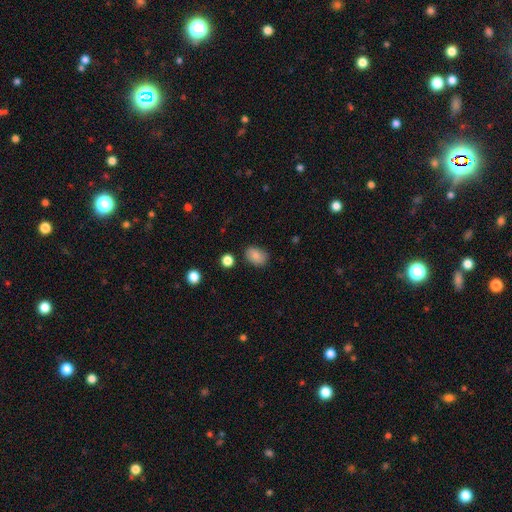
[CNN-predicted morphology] This is clearly a smooth galaxy (81%). How rounded: likely in between (73%). Merging: likely none (79%).